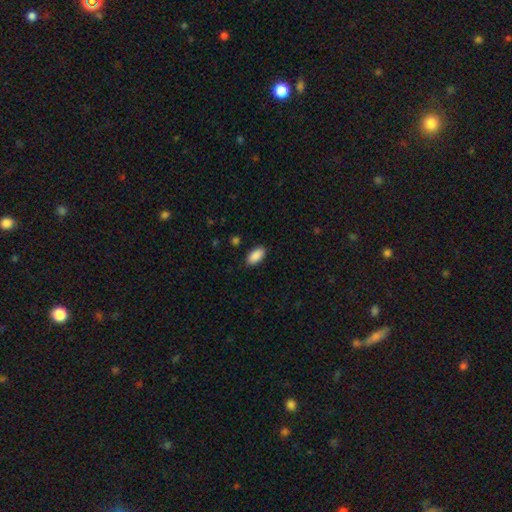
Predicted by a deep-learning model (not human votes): A smooth galaxy with no disk features (90%) that is in between round and cigar-shaped (94%).

Vote fractions:
- Smooth or featured? smooth: 90% / star or artifact: 7% / featured or disk: 3%
- How rounded? in between: 94% / cigar-shaped: 3% / round: 3%
- Merging? none: 87% / minor disturbance: 9% / major disturbance: 2% / merger: 1%